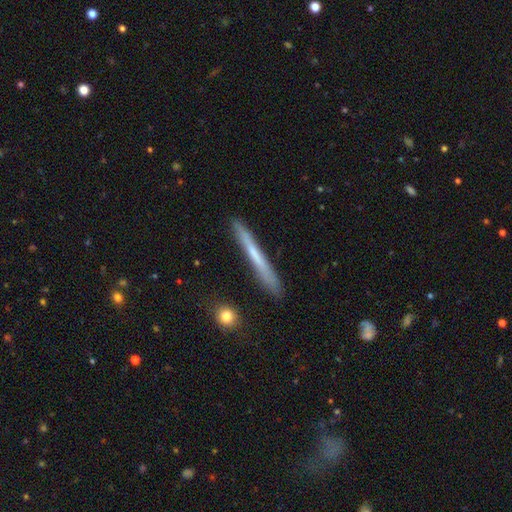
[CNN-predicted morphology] A smooth galaxy with no disk features (51%) that is cigar-shaped (97%). Merging: none (87%).